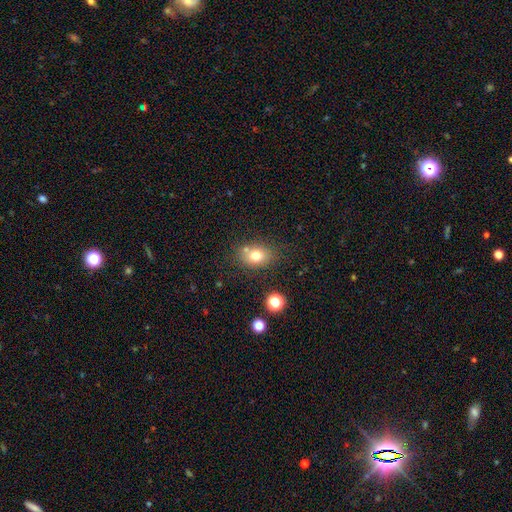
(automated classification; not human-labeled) This appears to be a smooth galaxy with no disk features (75%) that is in between round and cigar-shaped (58%). Merging: none (69%).